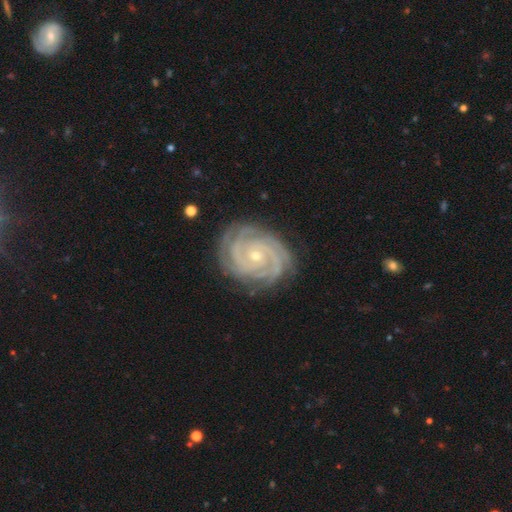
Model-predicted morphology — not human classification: Smooth or featured?
  - featured or disk: 92% *
  - star or artifact: 5%
  - smooth: 3%
Edge-on disk?
  - no: 98% *
  - yes: 2%
Bar?
  - no: 72% *
  - weak: 19%
  - strong: 9%
Spiral arms?
  - yes: 99% *
  - no: 1%
Spiral winding?
  - tight: 84% *
  - medium: 14%
  - loose: 2%
Spiral arm count?
  - 3: 30% *
  - 2: 24%
  - 4: 19%
  - can't tell: 12%
  - more than 4: 8%
  - 1: 7%
Bulge size?
  - small: 72% *
  - moderate: 25%
  - large: 1%
  - none: 1%
  - dominant: 1%
Merging?
  - none: 83% *
  - minor disturbance: 13%
  - major disturbance: 3%
  - merger: 1%